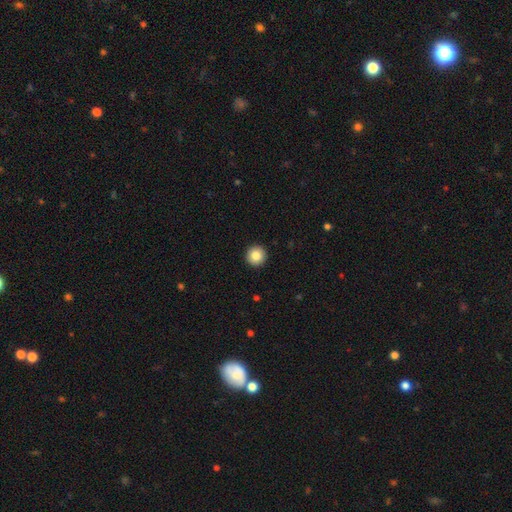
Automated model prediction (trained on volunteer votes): A smooth galaxy with no disk features (85%) that is round (96%).

Vote fractions:
- Smooth or featured? smooth: 85% / star or artifact: 9% / featured or disk: 7%
- How rounded? round: 96% / in between: 3% / cigar-shaped: 1%
- Merging? none: 94% / minor disturbance: 4% / major disturbance: 1% / merger: 1%